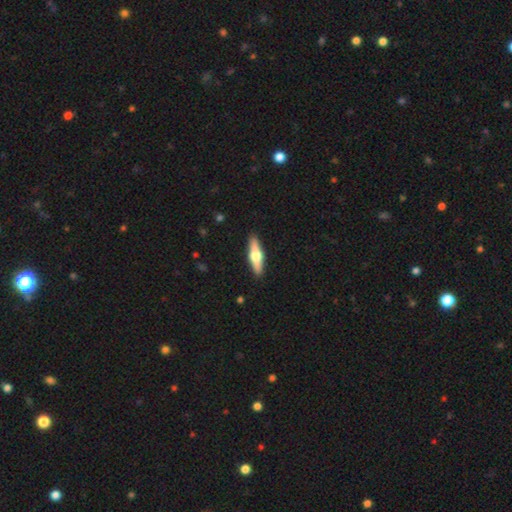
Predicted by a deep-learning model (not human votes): Overall: featured or disk (60%; smooth 35%). Edge-on disk: yes (95%). Edge-on bulge: rounded (95%). Merging: none (91%).